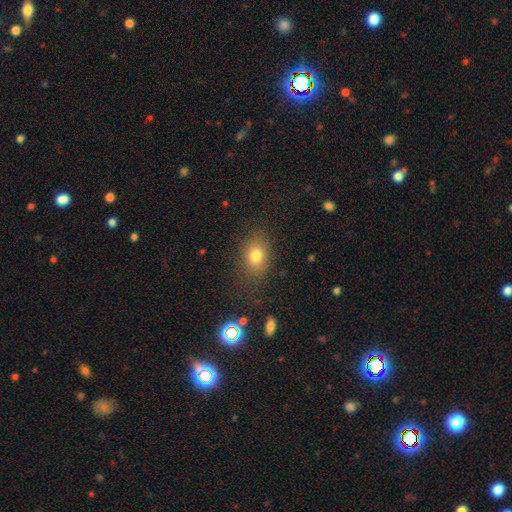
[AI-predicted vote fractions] Smooth or featured: smooth — 77% (star or artifact — 14%)
How rounded: in between — 63% (round — 36%)
Merging: none — 80% (minor disturbance — 13%)